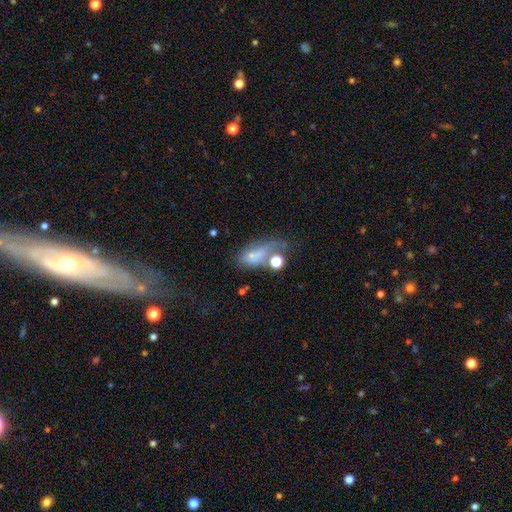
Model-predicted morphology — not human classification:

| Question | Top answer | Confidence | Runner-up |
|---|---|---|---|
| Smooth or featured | smooth | 60% | featured or disk (24%) |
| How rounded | in between | 78% | round (15%) |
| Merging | major disturbance | 31% | none (27%) |